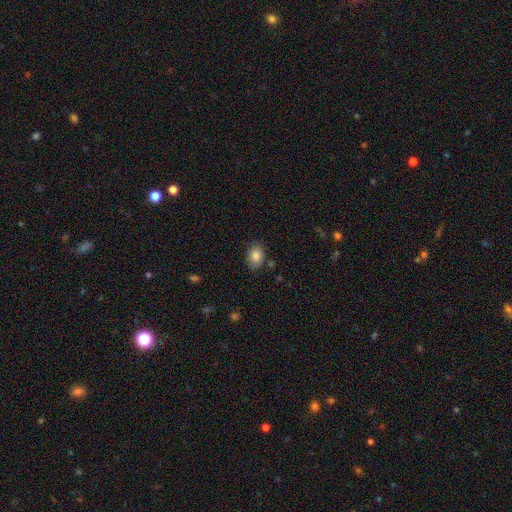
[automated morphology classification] smooth_or_featured: smooth (p=0.85) [alt: star or artifact p=0.08]
how_rounded: in between (p=0.70) [alt: round p=0.29]
merging: none (p=0.80) [alt: minor disturbance p=0.14]